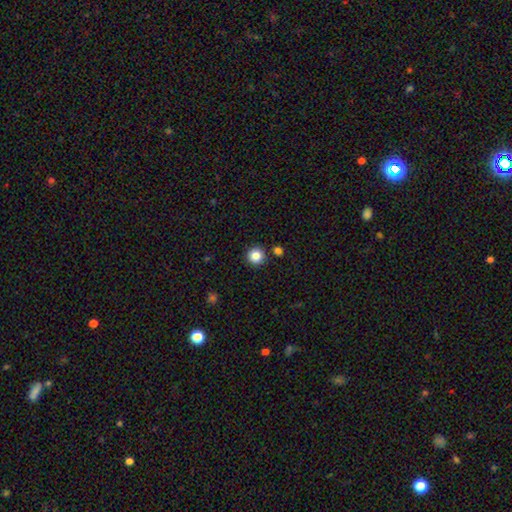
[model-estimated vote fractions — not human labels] smooth 84%, star or artifact 11%, featured or disk 5%. Down the decision tree: how rounded — round (95%); merging — none (90%).